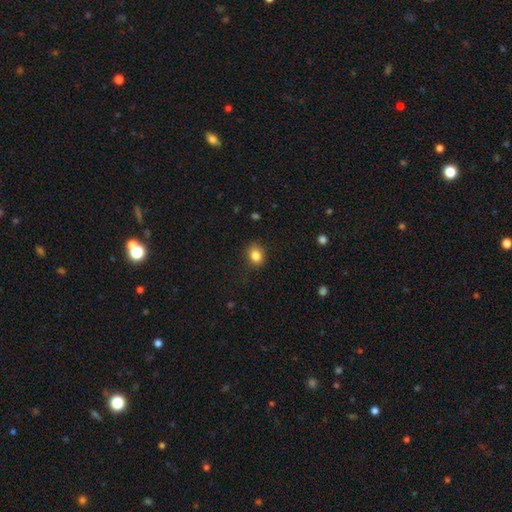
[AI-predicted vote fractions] The model was most divided on "how rounded": round: 54%, in between: 45%, cigar-shaped: 1%. More confident: merging — none (85%); smooth or featured — smooth (84%).